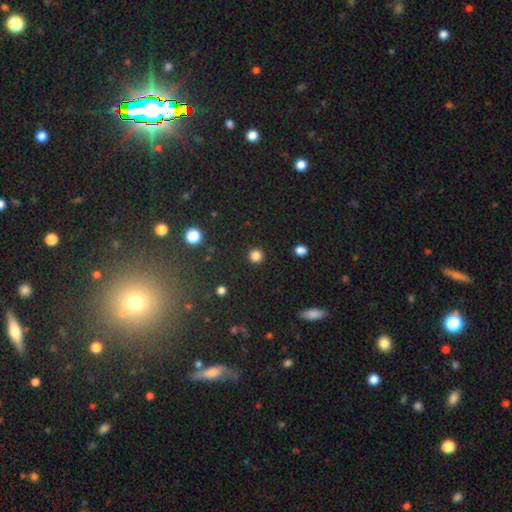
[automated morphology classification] type=smooth (84%); roundness=round (94%); merging=none (92%).